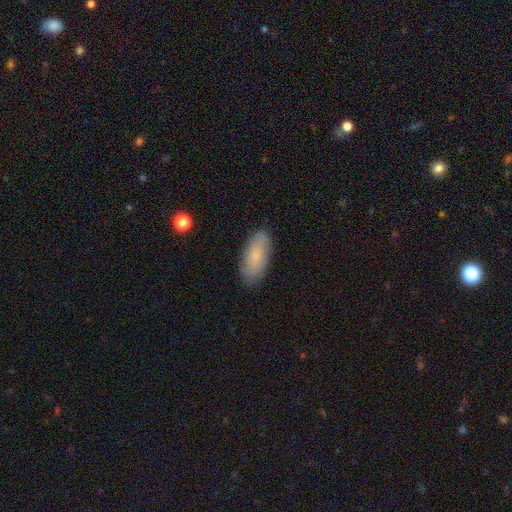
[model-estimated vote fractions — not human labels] Overall: smooth (76%). How rounded: in between (87%). Merging: none (86%).